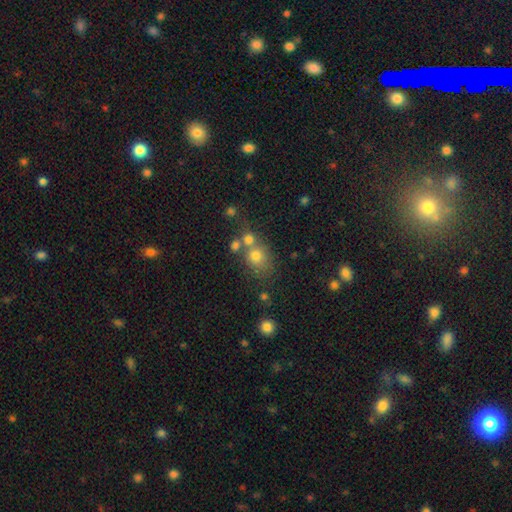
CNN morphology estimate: This is likely a smooth galaxy (71%). How rounded: likely round (67%). Merging: possibly none (47%).